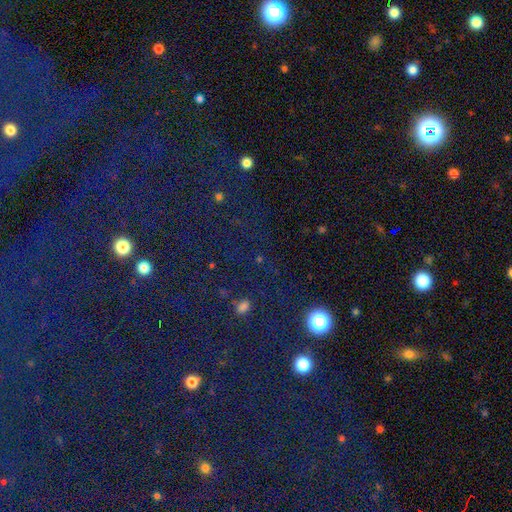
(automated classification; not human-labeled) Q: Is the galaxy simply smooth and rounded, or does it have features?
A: star or artifact — 80%.